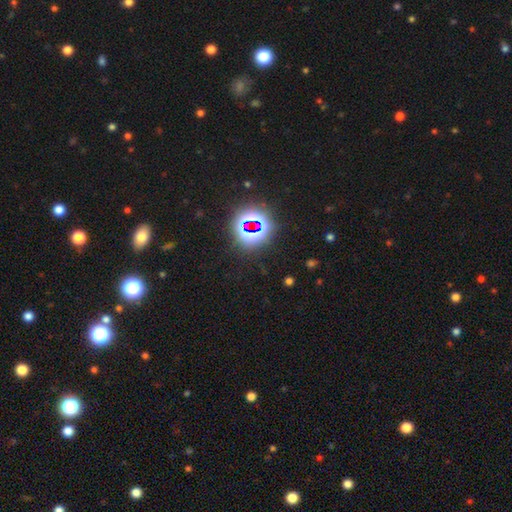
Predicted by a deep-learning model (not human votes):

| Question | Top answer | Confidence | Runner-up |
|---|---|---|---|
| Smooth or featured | star or artifact | 81% | smooth (12%) |